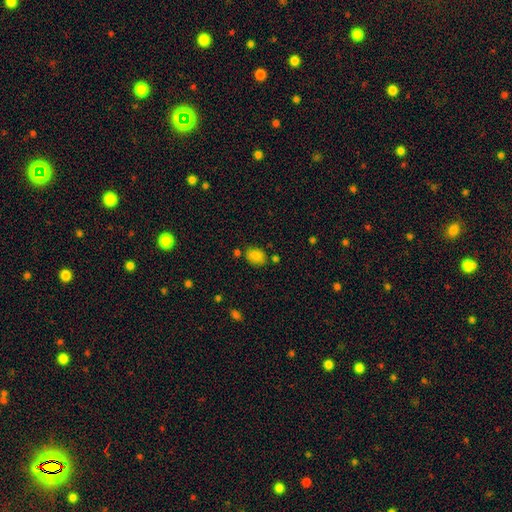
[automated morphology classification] Smooth or featured?
  - smooth: 84% *
  - star or artifact: 11%
  - featured or disk: 5%
How rounded?
  - in between: 67% *
  - round: 32%
  - cigar-shaped: 1%
Merging?
  - none: 69% *
  - minor disturbance: 18%
  - merger: 9%
  - major disturbance: 5%